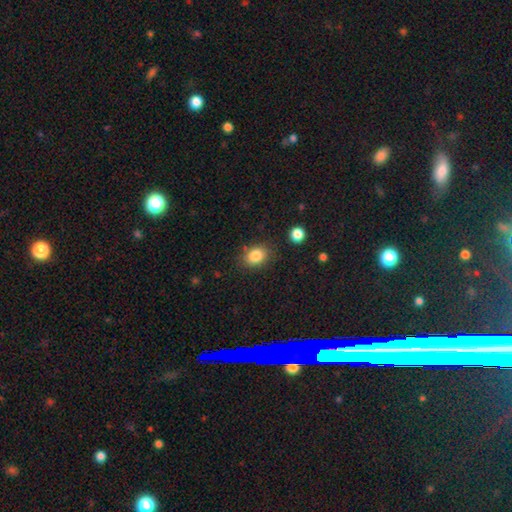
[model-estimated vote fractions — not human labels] Smooth or featured?
  - smooth: 85% *
  - star or artifact: 9%
  - featured or disk: 6%
How rounded?
  - in between: 62% *
  - round: 37%
  - cigar-shaped: 1%
Merging?
  - none: 80% *
  - minor disturbance: 13%
  - major disturbance: 4%
  - merger: 3%